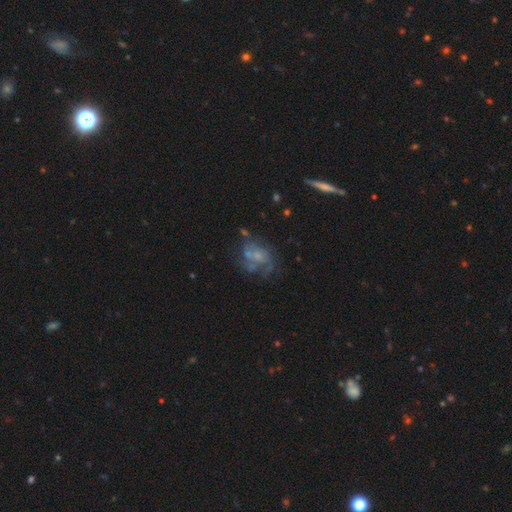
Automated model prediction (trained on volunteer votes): The model was most divided on "spiral arms": yes: 53%, no: 47%. Remaining: edge-on disk — no (98%); bar — no (77%); smooth or featured — featured or disk (63%); merging — none (42%); bulge size — small (39%).